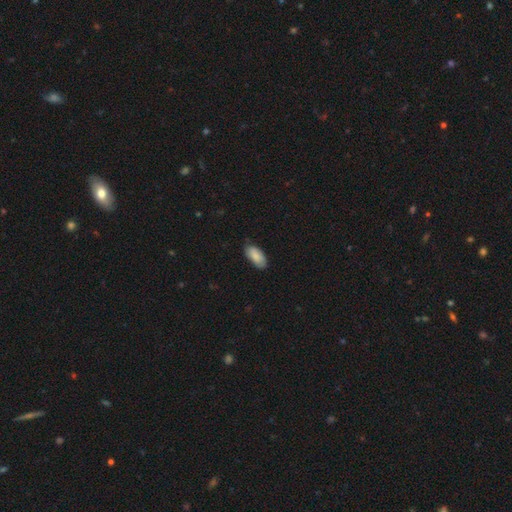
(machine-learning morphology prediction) A smooth galaxy with no disk features (84%) that is in between round and cigar-shaped (92%). Merging: none (77%).